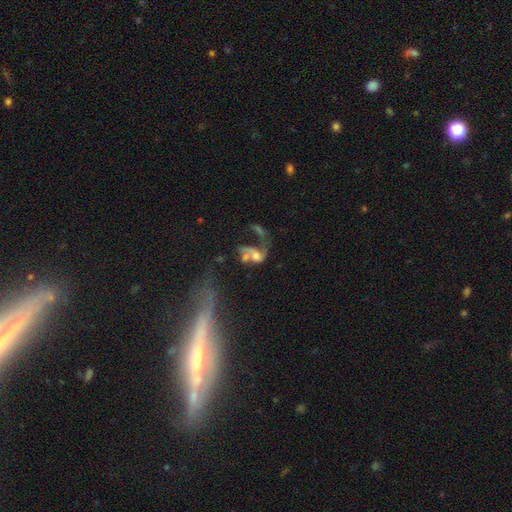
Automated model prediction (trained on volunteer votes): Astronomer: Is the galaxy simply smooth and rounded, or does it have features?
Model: featured or disk — 55% (runner-up: smooth, 32%).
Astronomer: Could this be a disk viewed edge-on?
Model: no — 96%.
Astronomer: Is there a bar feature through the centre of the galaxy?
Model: no — 76%.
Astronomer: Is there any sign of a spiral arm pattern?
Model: yes — 55% (runner-up: no, 45%).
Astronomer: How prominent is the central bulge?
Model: moderate — 42% (runner-up: small, 20%).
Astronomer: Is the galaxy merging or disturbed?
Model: merger — 49% (runner-up: major disturbance, 31%).